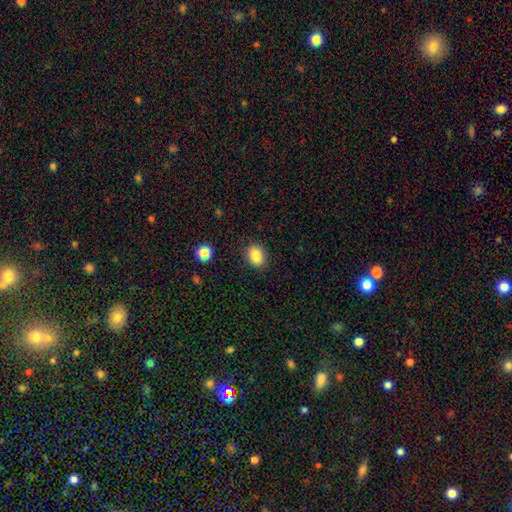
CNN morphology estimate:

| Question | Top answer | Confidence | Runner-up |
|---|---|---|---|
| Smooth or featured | smooth | 86% | star or artifact (9%) |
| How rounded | round | 50% | in between (49%) |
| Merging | none | 87% | minor disturbance (9%) |